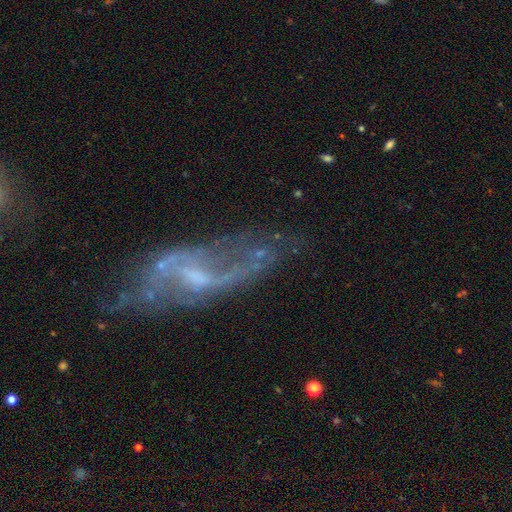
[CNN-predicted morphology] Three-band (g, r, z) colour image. It shows a featured or disk galaxy (79%) with a weak bar (53%), 2 (69%) loose (59%) spiral arms (77%) and a small central bulge (45%). Merging: none (55%).